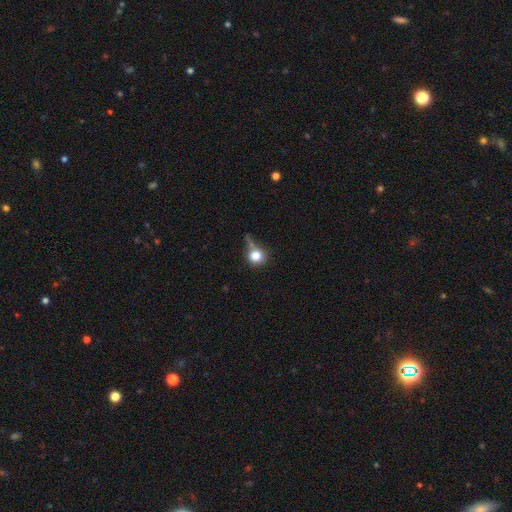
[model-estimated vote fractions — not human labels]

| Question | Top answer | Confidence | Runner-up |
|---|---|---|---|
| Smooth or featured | smooth | 79% | star or artifact (11%) |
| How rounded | round | 81% | in between (17%) |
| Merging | none | 45% | minor disturbance (23%) |